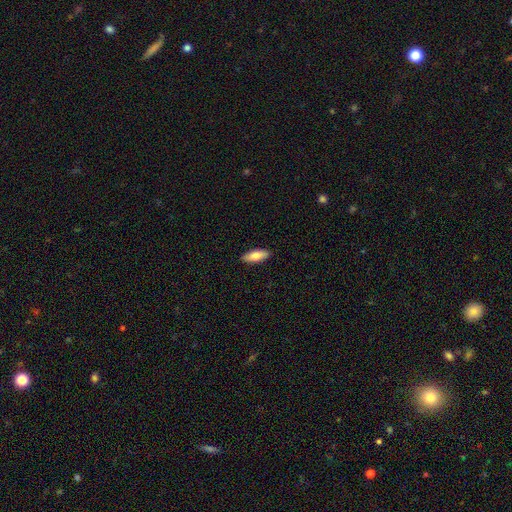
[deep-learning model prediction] Overall: smooth (80%). How rounded: in between (72%). Merging: none (89%).